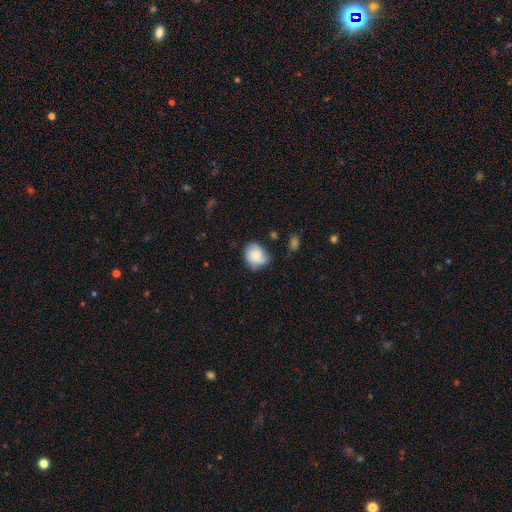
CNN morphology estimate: Smooth or featured? smooth (73%)
How rounded? round (60%)
Merging? none (49%)